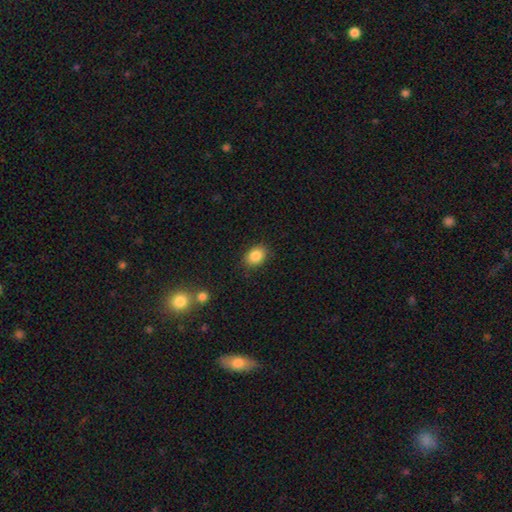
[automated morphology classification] Overall: smooth (85%). How rounded: in between (66%; round 33%). Merging: none (84%).